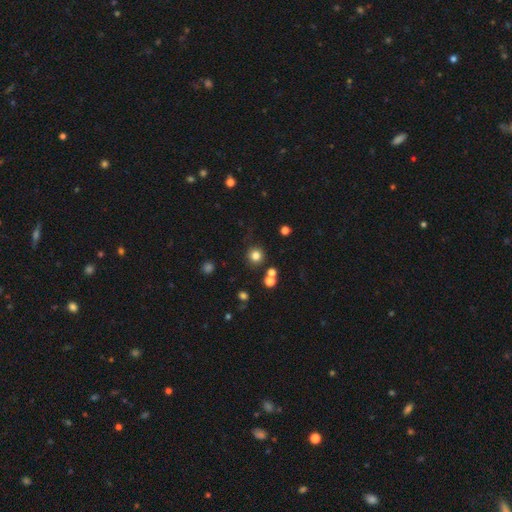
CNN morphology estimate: smooth_or_featured: smooth (p=0.79) [alt: star or artifact p=0.15]
how_rounded: round (p=0.94) [alt: in between p=0.05]
merging: none (p=0.83) [alt: minor disturbance p=0.08]